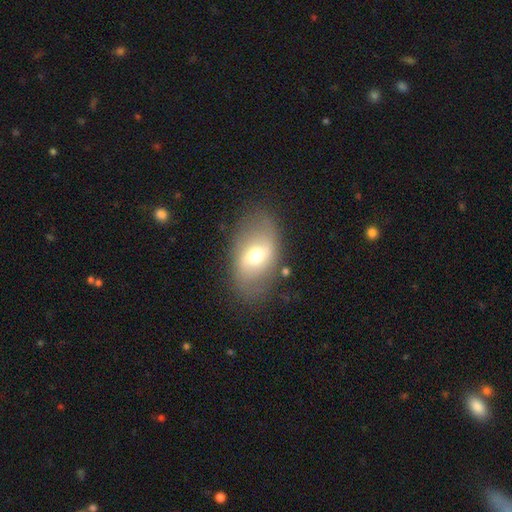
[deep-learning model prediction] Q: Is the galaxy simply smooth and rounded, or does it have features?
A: featured or disk — 48%.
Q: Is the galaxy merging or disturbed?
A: none — 78%.